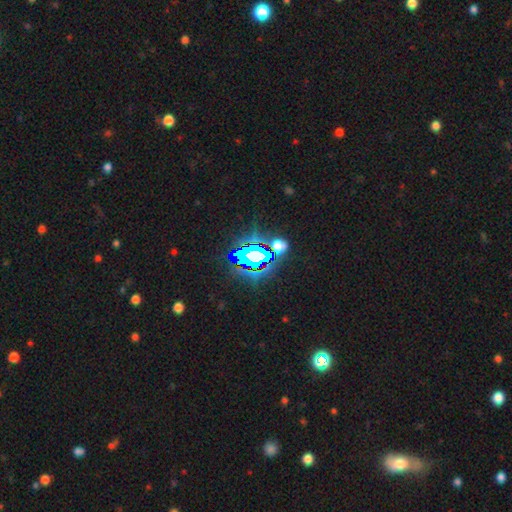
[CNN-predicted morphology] Smooth or featured? star or artifact (83%)